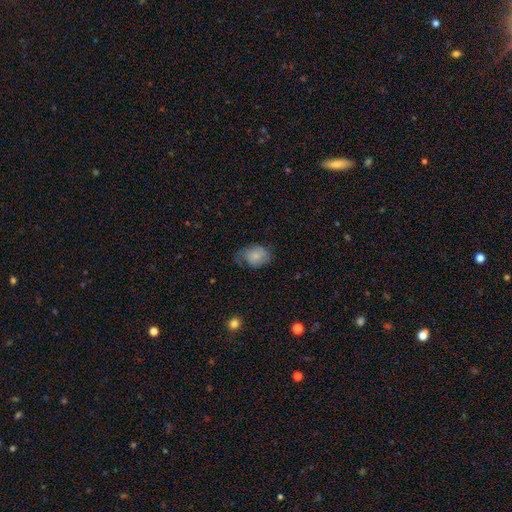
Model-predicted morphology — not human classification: This appears to be a smooth galaxy with no disk features (69%) that is in between round and cigar-shaped (70%). Merging: none (44%).